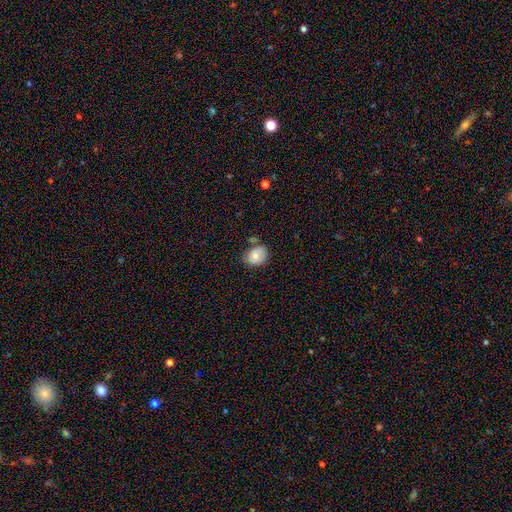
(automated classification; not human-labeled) The model was most divided on "how rounded": in between: 51%, round: 49%, cigar-shaped: 1%. More confident: smooth or featured — smooth (74%); merging — none (64%).